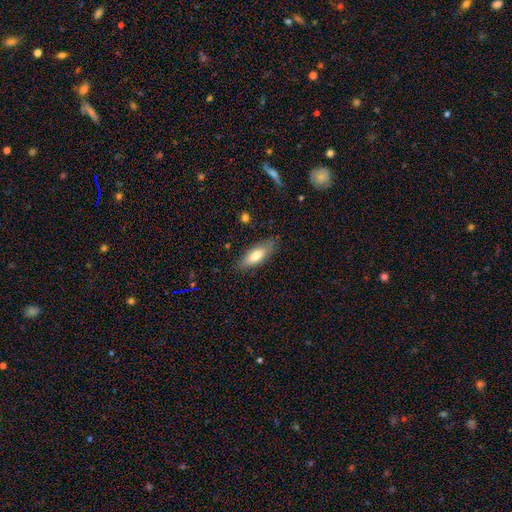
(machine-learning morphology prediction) Smooth or featured?
  - smooth: 72% *
  - featured or disk: 22%
  - star or artifact: 6%
How rounded?
  - in between: 69% *
  - cigar-shaped: 29%
  - round: 2%
Merging?
  - none: 80% *
  - minor disturbance: 15%
  - major disturbance: 3%
  - merger: 1%